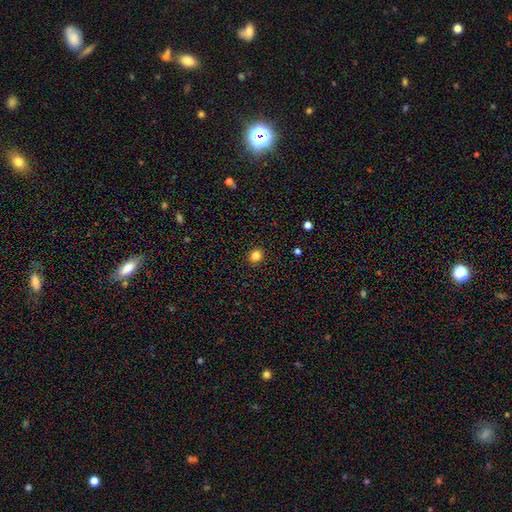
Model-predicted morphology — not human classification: A smooth galaxy with no disk features (84%) that is round (83%). Merging: none (92%).